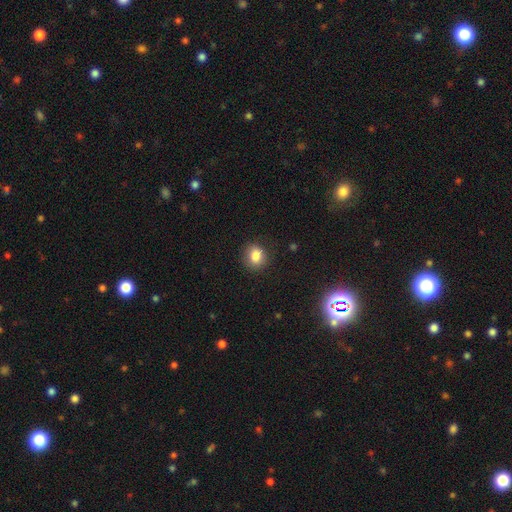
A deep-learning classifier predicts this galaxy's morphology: A smooth galaxy with no disk features (84%) that is round (68%). Merging: none (85%).